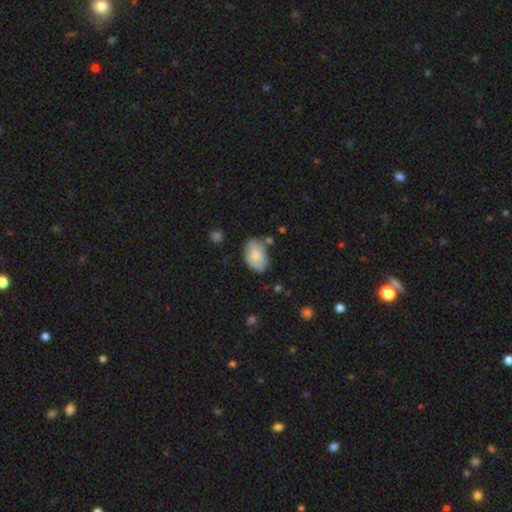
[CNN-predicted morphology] Smooth or featured? smooth (76%)
How rounded? in between (84%)
Merging? none (60%)